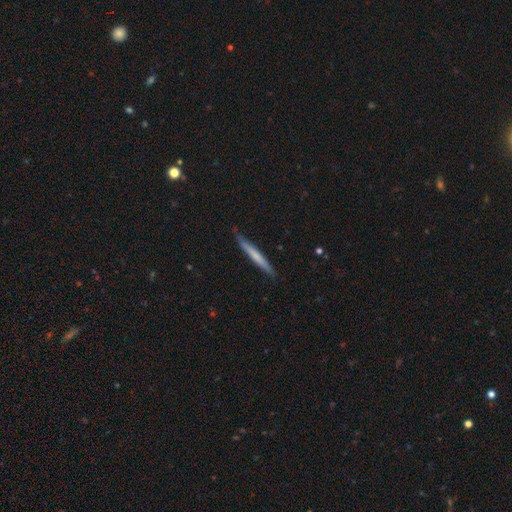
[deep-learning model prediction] The model was most divided on "smooth or featured": smooth: 59%, featured or disk: 36%, star or artifact: 5%. More confident: how rounded — cigar-shaped (96%); merging — none (85%).